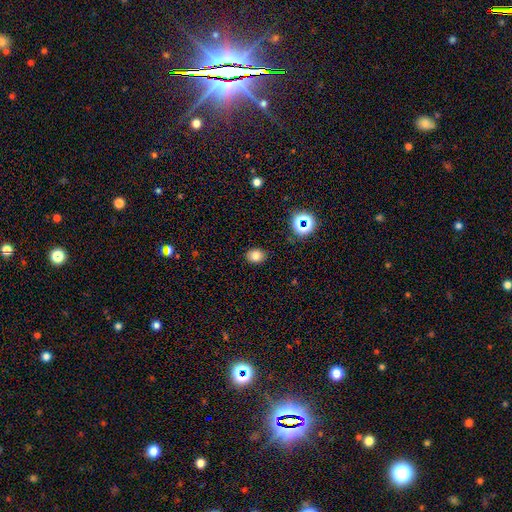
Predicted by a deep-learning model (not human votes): This is likely a smooth galaxy (78%). How rounded: possibly in between (56%). Merging: clearly none (86%).